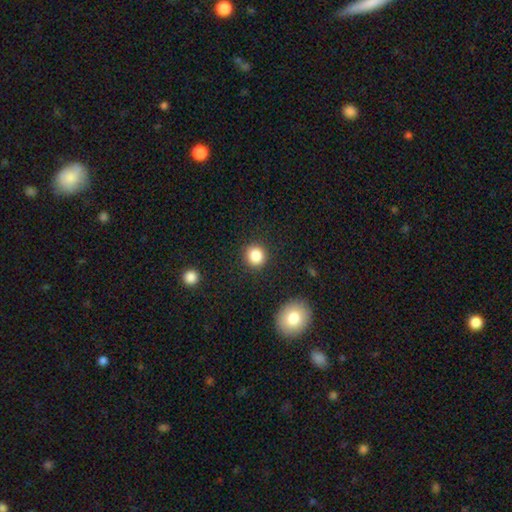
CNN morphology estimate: A smooth galaxy with no disk features (85%) that is round (90%). Merging: none (89%).